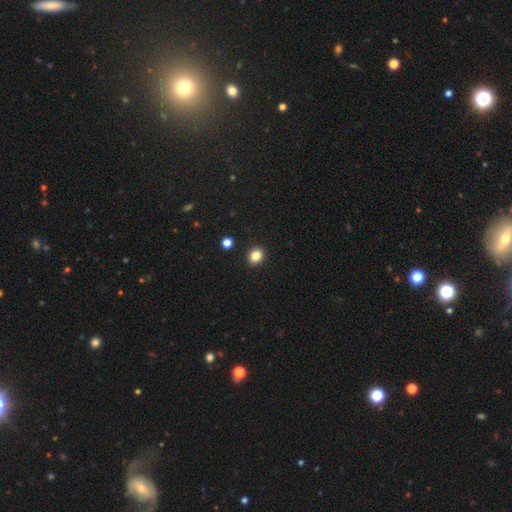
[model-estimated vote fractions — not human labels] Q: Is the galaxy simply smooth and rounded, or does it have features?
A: smooth — 85%.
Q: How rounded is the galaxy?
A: round — 53%.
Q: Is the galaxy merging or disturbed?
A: none — 91%.